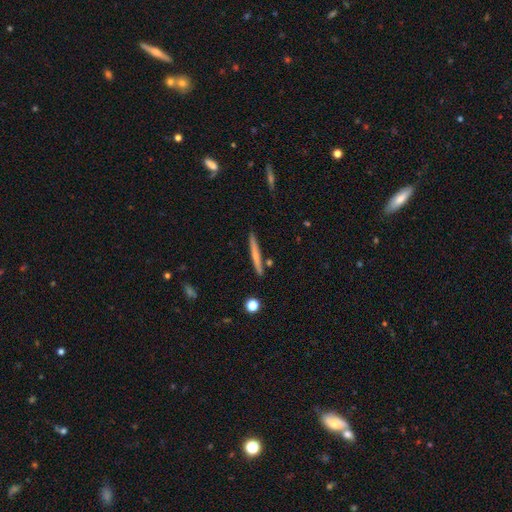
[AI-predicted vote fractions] This is possibly a smooth galaxy (58%). How rounded: clearly cigar-shaped (96%). Merging: clearly none (88%).